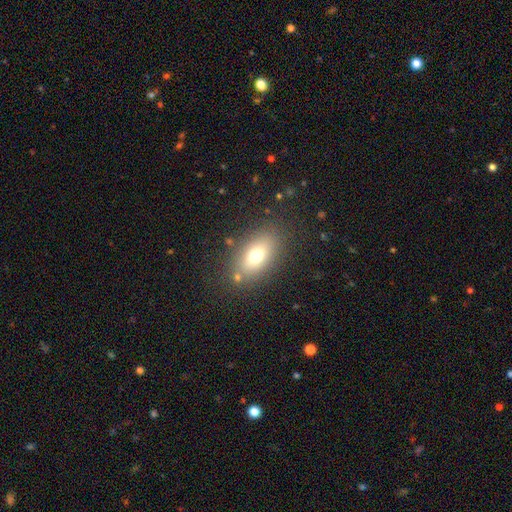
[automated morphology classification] smooth_or_featured: smooth (p=0.70) [alt: featured or disk p=0.18]
how_rounded: in between (p=0.83) [alt: round p=0.12]
merging: none (p=0.79) [alt: minor disturbance p=0.12]